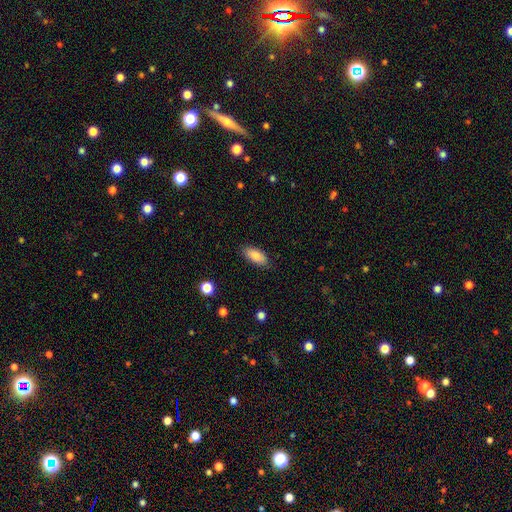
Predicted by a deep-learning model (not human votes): Overall: smooth (87%). How rounded: in between (85%). Merging: none (85%).